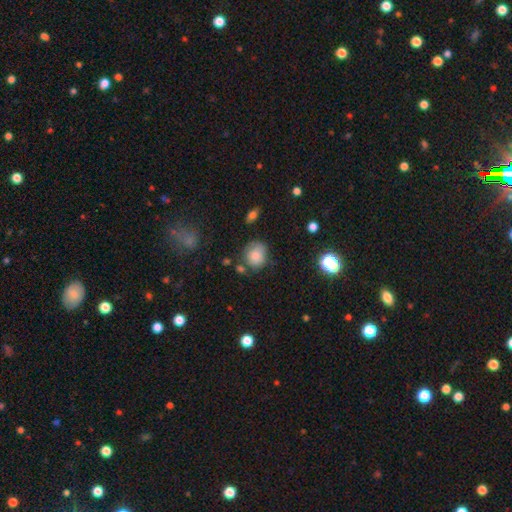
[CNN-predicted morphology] smooth_or_featured: smooth (p=0.78) [alt: featured or disk p=0.11]
how_rounded: round (p=0.71) [alt: in between p=0.28]
merging: none (p=0.65) [alt: minor disturbance p=0.24]